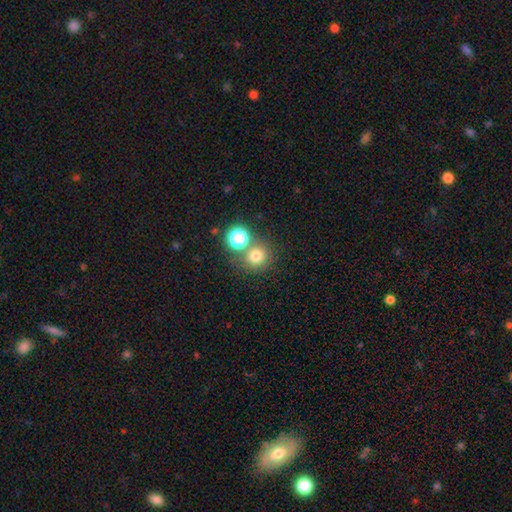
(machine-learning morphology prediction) The model was most divided on "merging": none: 68%, merger: 22%, minor disturbance: 7%, major disturbance: 3%. More confident: how rounded — round (91%); smooth or featured — smooth (73%).